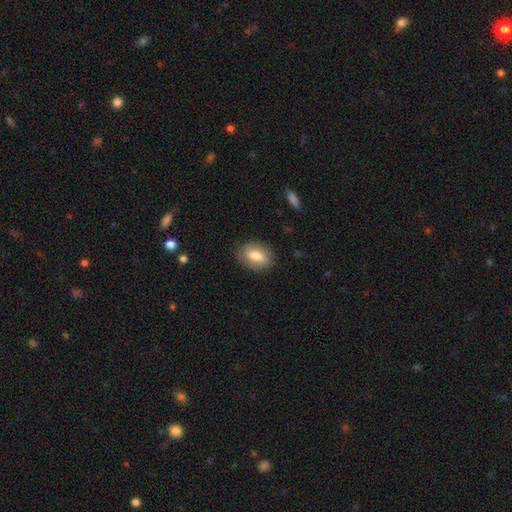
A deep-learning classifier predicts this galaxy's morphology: Smooth or featured? Predicted: smooth (p=0.71). How rounded? Predicted: in between (p=0.78). Merging? Predicted: none (p=0.84).